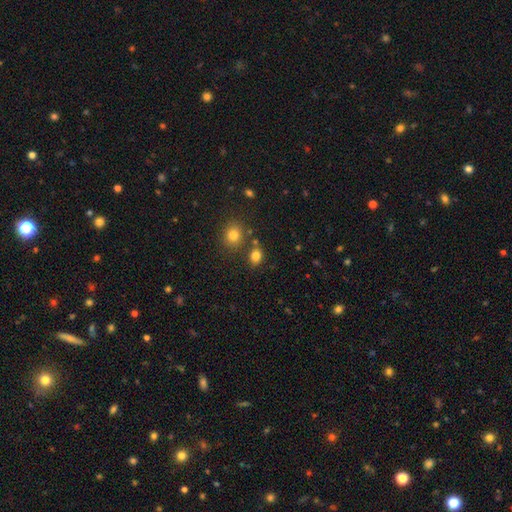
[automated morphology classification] smooth 81%, star or artifact 13%, featured or disk 6%. Down the decision tree: how rounded — in between (59%); merging — none (72%).